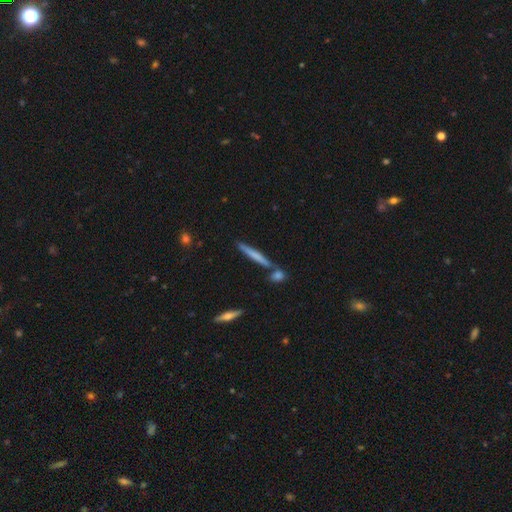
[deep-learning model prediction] Smooth or featured: smooth — 55% (featured or disk — 39%)
How rounded: cigar-shaped — 95% (in between — 4%)
Merging: none — 77% (merger — 12%)